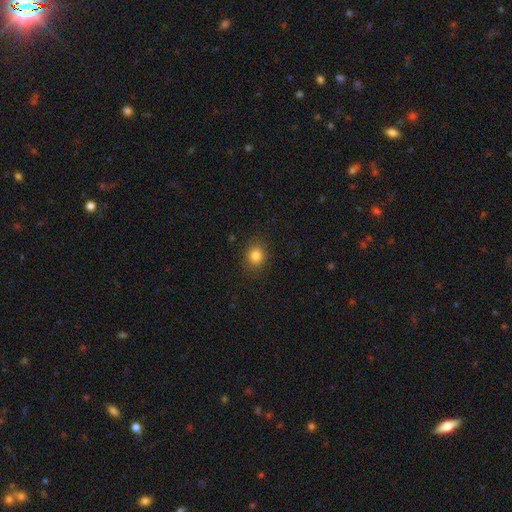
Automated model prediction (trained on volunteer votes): Smooth or featured: smooth — 82% (star or artifact — 12%)
How rounded: round — 67% (in between — 32%)
Merging: none — 88% (minor disturbance — 9%)